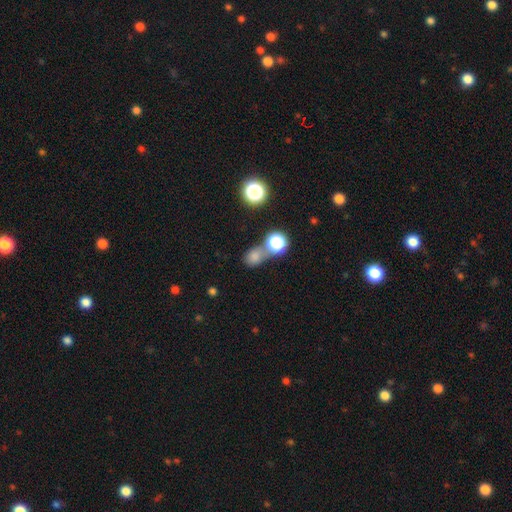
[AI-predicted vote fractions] Smooth or featured: smooth — 72% (star or artifact — 19%)
How rounded: round — 60% (in between — 38%)
Merging: merger — 41% (none — 39%)